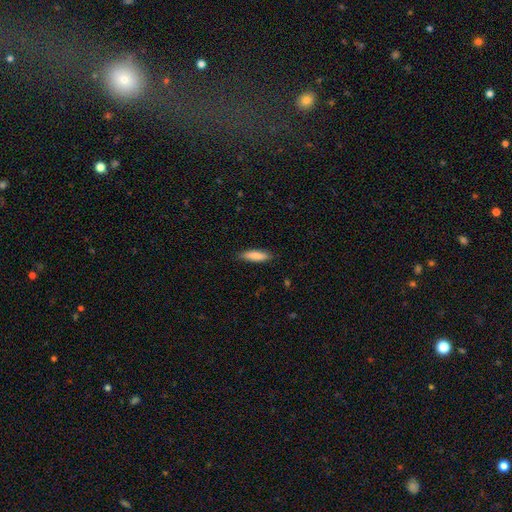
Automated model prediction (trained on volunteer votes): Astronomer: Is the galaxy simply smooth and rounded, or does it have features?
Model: smooth — 86%.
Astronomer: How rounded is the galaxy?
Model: cigar-shaped — 56% (runner-up: in between, 43%).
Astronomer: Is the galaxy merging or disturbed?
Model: none — 86%.